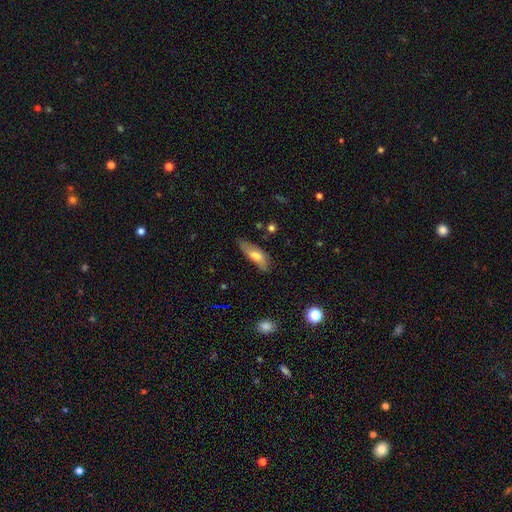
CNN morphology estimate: This appears to be a smooth galaxy with no disk features (66%) that is in between round and cigar-shaped (66%). Merging: none (68%).